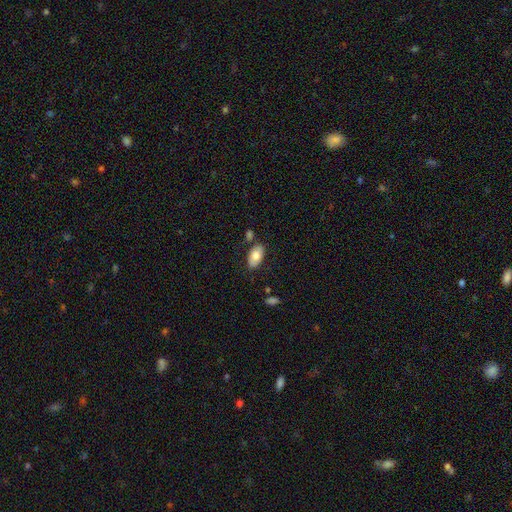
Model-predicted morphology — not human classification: The model was most divided on "smooth or featured": smooth: 79%, featured or disk: 15%, star or artifact: 6%. More confident: how rounded — in between (95%); merging — none (77%).